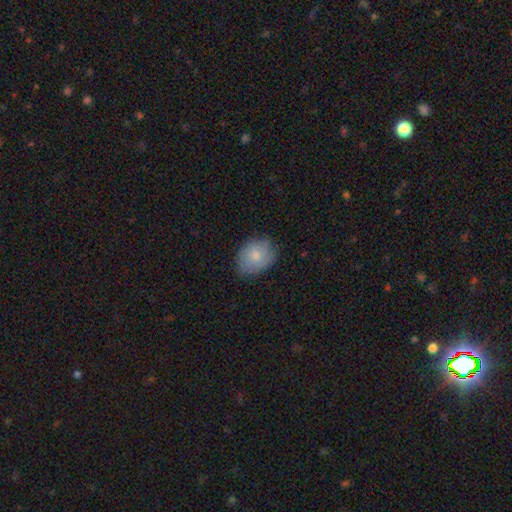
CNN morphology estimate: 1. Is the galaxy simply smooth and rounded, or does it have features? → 77% smooth, 17% featured or disk, 7% star or artifact.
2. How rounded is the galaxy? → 63% in between, 36% round, 1% cigar-shaped.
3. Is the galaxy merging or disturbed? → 74% none, 21% minor disturbance, 4% major disturbance, 1% merger.